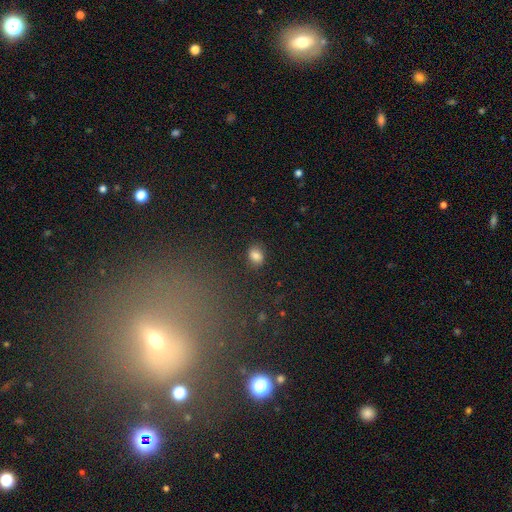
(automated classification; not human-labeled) Q: Smooth or featured?
A: smooth (83%); runner-up: star or artifact (10%)
Q: How rounded?
A: in between (57%); runner-up: round (42%)
Q: Merging?
A: none (83%); runner-up: minor disturbance (11%)